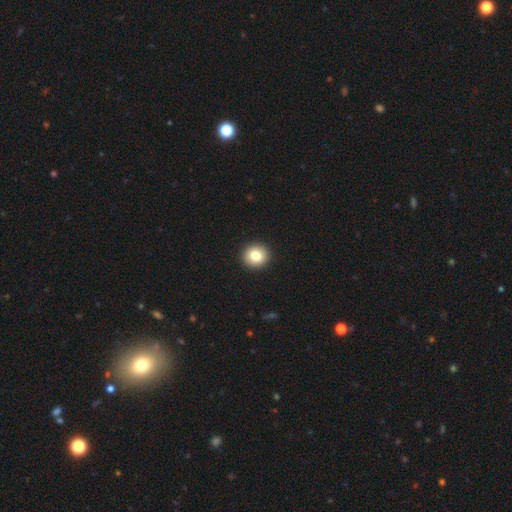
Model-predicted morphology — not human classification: A smooth galaxy with no disk features (82%) that is round (86%). Merging: none (93%).